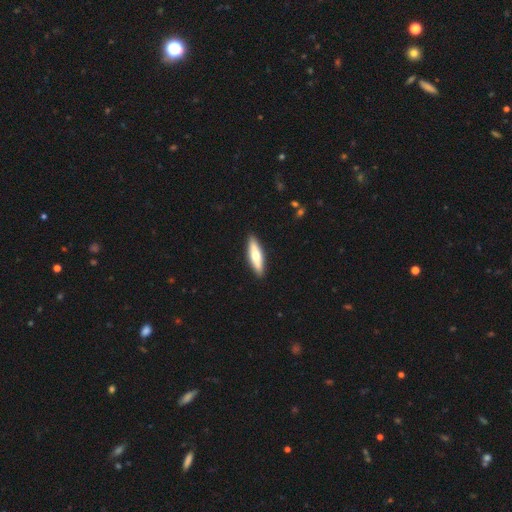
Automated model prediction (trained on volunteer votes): smooth 55%, featured or disk 40%, star or artifact 5%. Down the decision tree: how rounded — cigar-shaped (67%); merging — none (90%).